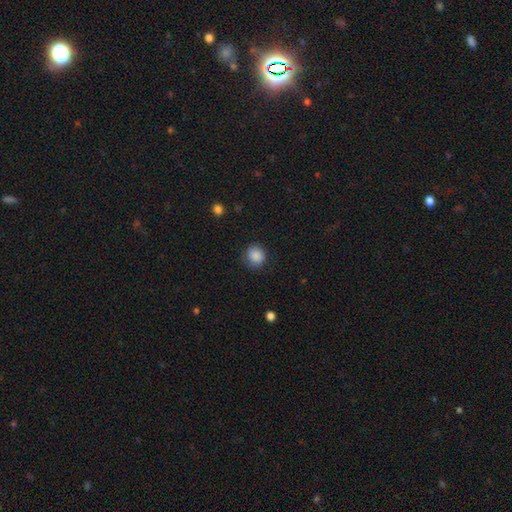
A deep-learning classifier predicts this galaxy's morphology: A smooth galaxy with no disk features (86%) that is round (84%).

Vote fractions:
- Smooth or featured? smooth: 86% / star or artifact: 9% / featured or disk: 5%
- How rounded? round: 84% / in between: 16% / cigar-shaped: 1%
- Merging? none: 80% / minor disturbance: 15% / major disturbance: 4% / merger: 1%